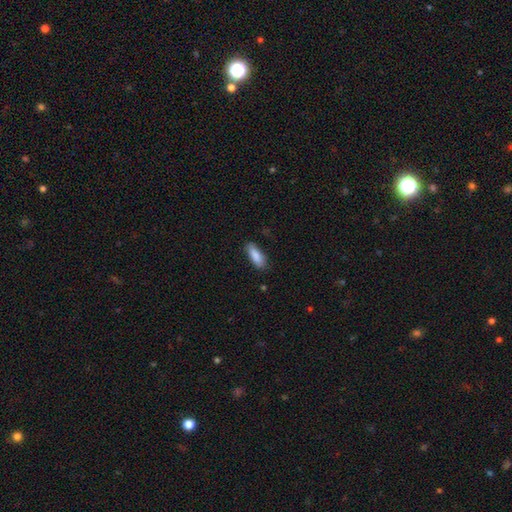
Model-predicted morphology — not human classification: smooth_or_featured: smooth (p=0.88) [alt: star or artifact p=0.06]
how_rounded: in between (p=0.66) [alt: cigar-shaped p=0.33]
merging: none (p=0.82) [alt: minor disturbance p=0.14]